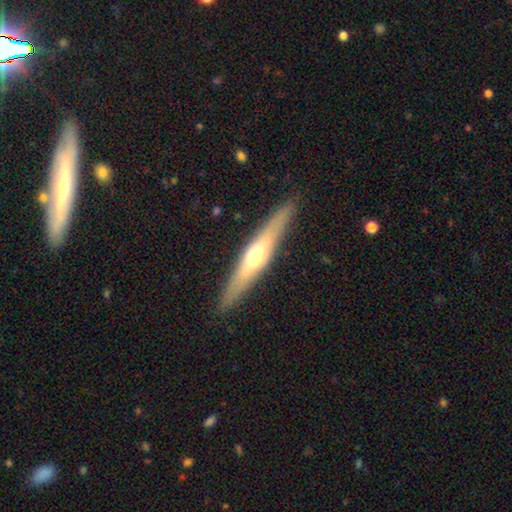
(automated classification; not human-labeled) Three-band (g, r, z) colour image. It shows a featured or disk galaxy (64%) viewed edge-on (95%) with a rounded central bulge (84%). Merging: none (90%).